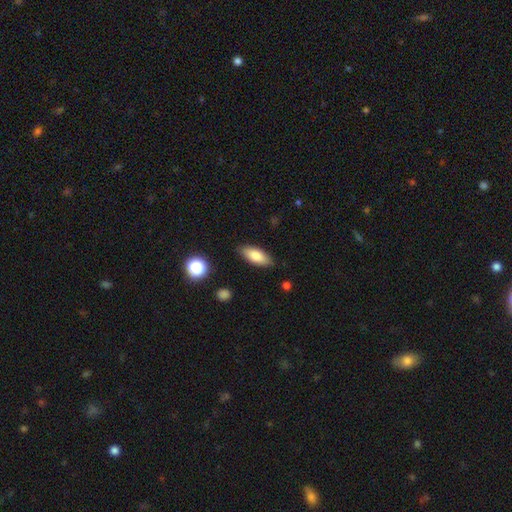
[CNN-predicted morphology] The model was most divided on "how rounded": in between: 78%, cigar-shaped: 19%, round: 2%. More confident: merging — none (86%); smooth or featured — smooth (80%).